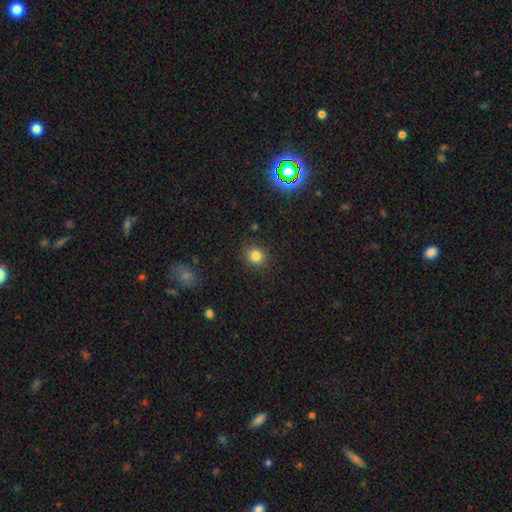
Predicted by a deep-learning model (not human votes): smooth 81%, star or artifact 13%, featured or disk 6%. Down the decision tree: how rounded — round (83%); merging — none (85%).